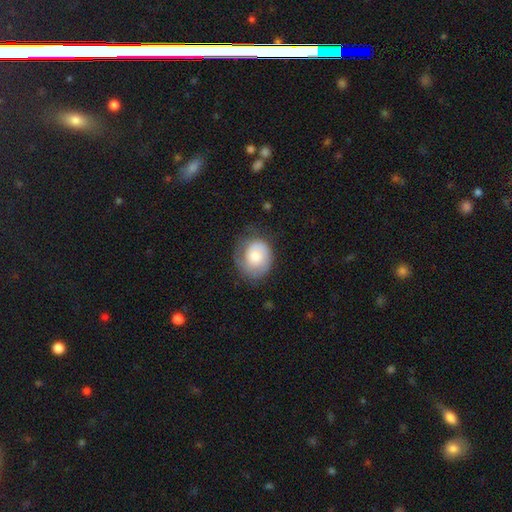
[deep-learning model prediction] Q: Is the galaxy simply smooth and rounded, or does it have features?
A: smooth — 62%.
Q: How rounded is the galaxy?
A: round — 63%.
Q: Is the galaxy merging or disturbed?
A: none — 53%.